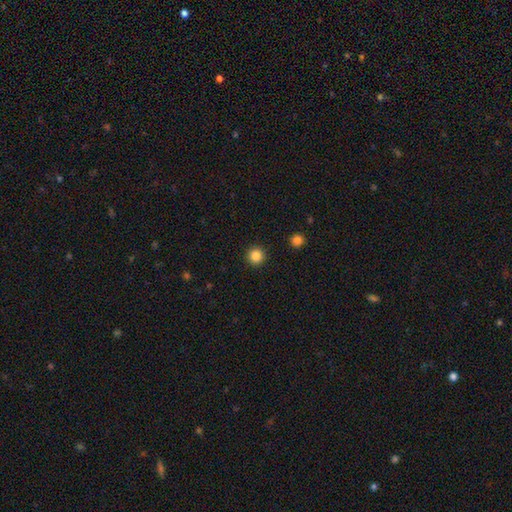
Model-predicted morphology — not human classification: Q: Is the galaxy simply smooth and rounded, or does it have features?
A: smooth — 85%.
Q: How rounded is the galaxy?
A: round — 96%.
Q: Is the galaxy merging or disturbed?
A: none — 93%.